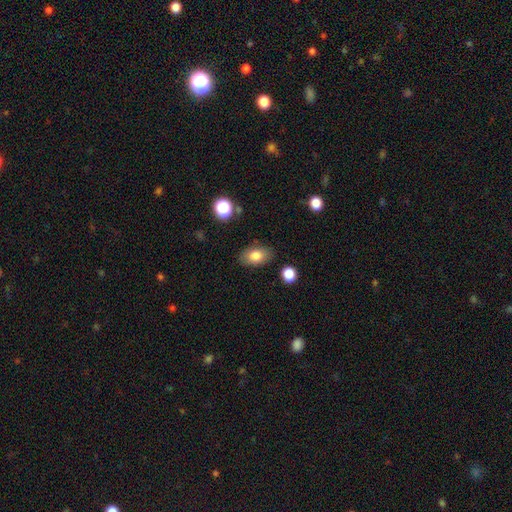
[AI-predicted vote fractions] smooth 81%, featured or disk 11%, star or artifact 8%. Down the decision tree: how rounded — in between (90%); merging — none (84%).